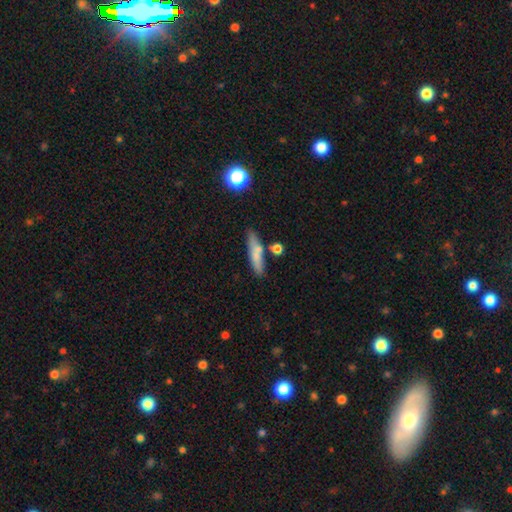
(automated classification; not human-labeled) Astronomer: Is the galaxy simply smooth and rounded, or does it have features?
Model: smooth — 69%.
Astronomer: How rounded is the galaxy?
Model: cigar-shaped — 81%.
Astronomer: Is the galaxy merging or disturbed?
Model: none — 75%.